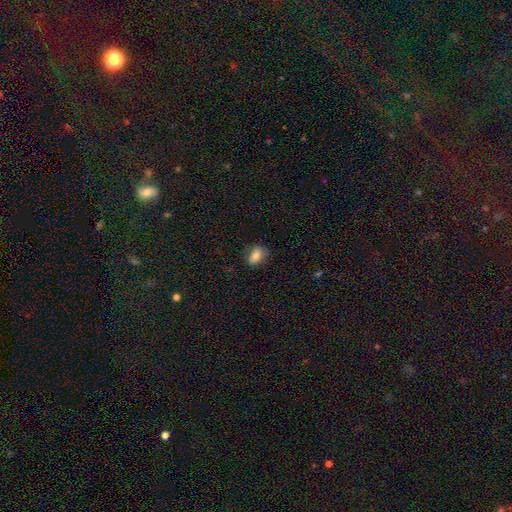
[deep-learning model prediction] Morphology: type=smooth (77%); roundness=in between (79%); merging=none (74%).